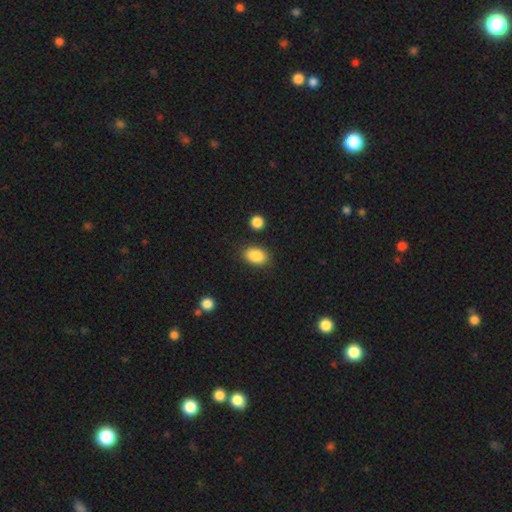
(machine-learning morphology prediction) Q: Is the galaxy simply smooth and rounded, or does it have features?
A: smooth — 88%.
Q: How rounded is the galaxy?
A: in between — 83%.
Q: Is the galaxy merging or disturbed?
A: none — 85%.